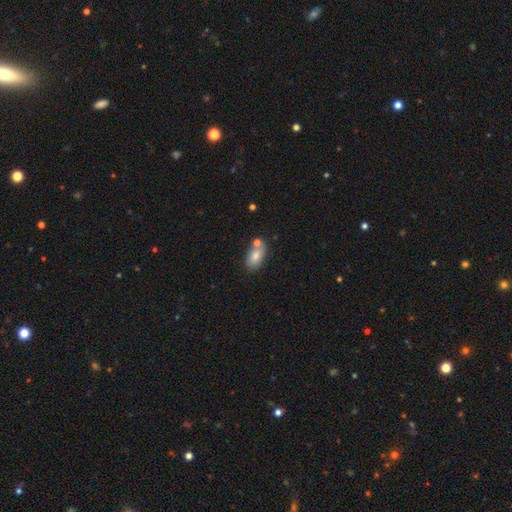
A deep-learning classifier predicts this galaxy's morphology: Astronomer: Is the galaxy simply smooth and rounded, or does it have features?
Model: smooth — 78%.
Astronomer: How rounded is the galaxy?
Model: in between — 91%.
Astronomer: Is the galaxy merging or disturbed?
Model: none — 59%.